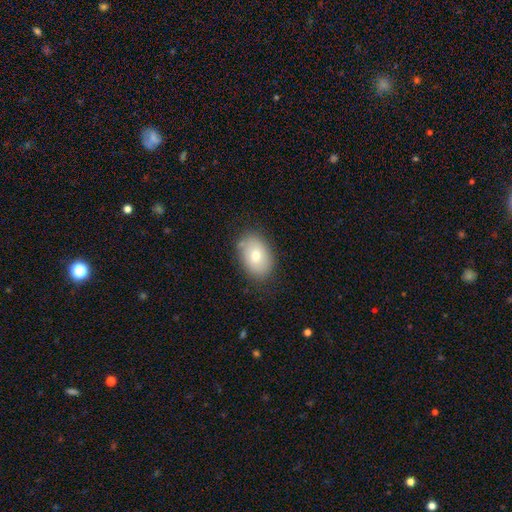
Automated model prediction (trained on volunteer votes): A smooth galaxy with no disk features (74%) that is in between round and cigar-shaped (83%).

Vote fractions:
- Smooth or featured? smooth: 74% / featured or disk: 18% / star or artifact: 8%
- How rounded? in between: 83% / round: 16% / cigar-shaped: 1%
- Merging? none: 81% / minor disturbance: 14% / major disturbance: 3% / merger: 2%